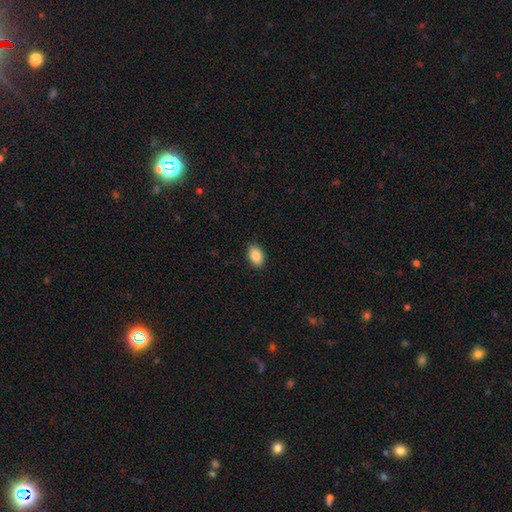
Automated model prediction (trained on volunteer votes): A smooth galaxy with no disk features (87%) that is in between round and cigar-shaped (89%). Merging: none (88%).